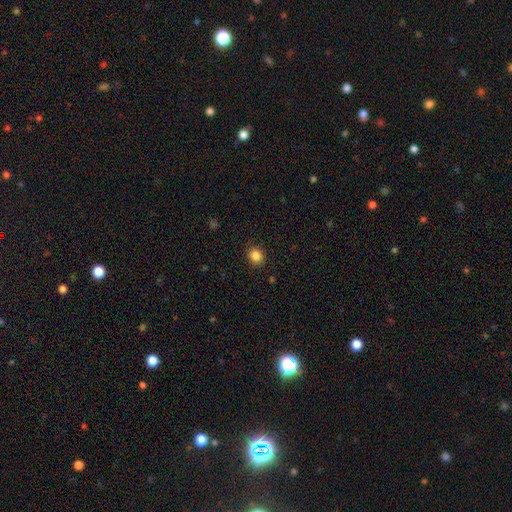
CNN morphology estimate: Overall: smooth (86%). How rounded: round (70%). Merging: none (88%).